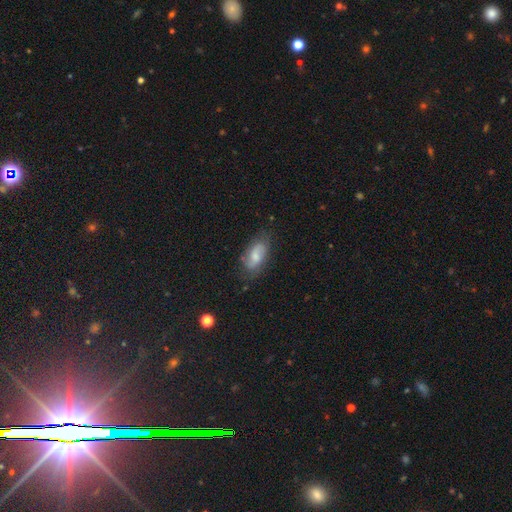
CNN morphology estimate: A featured or disk galaxy (46%, tied with smooth). Merging: none (67%).